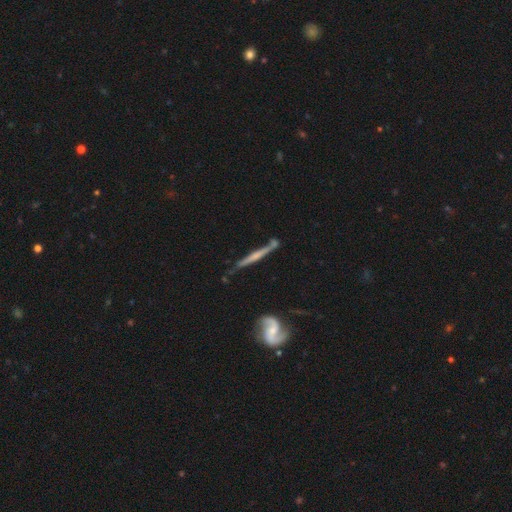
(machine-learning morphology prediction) type=featured or disk (66%); edge-on=yes (92%); edge-on bulge=none (50%); merging=none (65%).